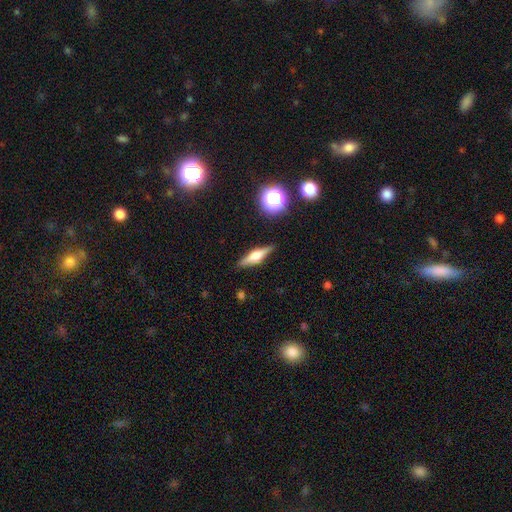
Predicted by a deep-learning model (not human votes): Overall: featured or disk (61%; smooth 30%). Edge-on disk: yes (95%). Edge-on bulge: rounded (87%). Merging: none (88%).